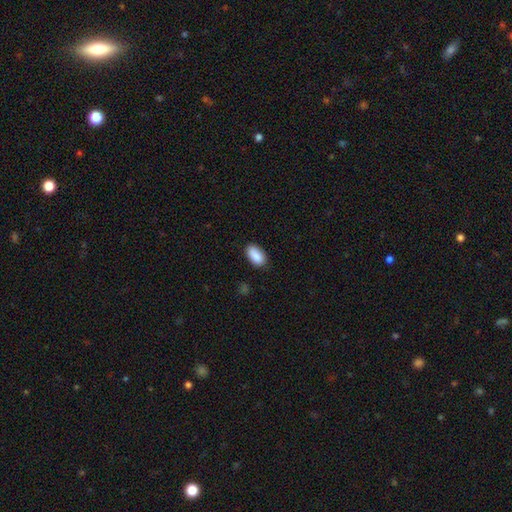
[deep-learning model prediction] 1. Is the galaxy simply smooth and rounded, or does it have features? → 88% smooth, 7% star or artifact, 5% featured or disk.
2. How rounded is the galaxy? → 93% in between, 4% round, 3% cigar-shaped.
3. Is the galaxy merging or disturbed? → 80% none, 15% minor disturbance, 3% major disturbance, 2% merger.